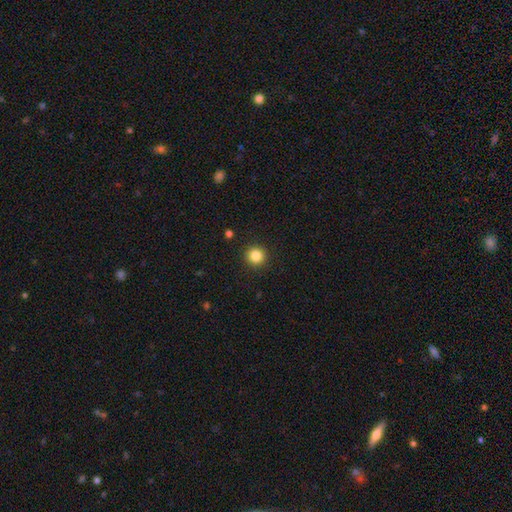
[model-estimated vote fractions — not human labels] This appears to be a smooth galaxy with no disk features (84%) that is round (95%). Merging: none (92%).